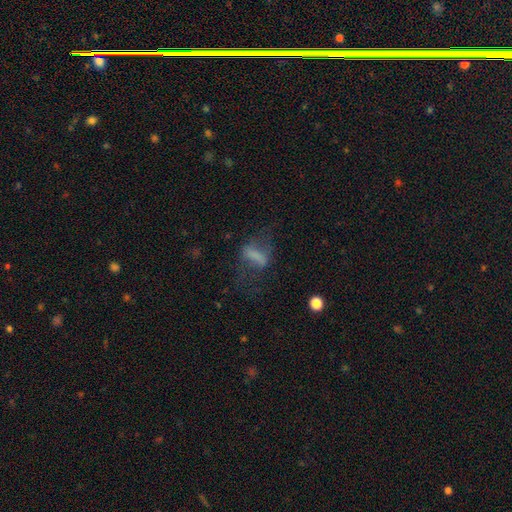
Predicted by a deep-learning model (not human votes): The model was most divided on "merging": none: 42%, major disturbance: 35%, minor disturbance: 19%, merger: 3%. More confident: how rounded — in between (62%); smooth or featured — smooth (51%).